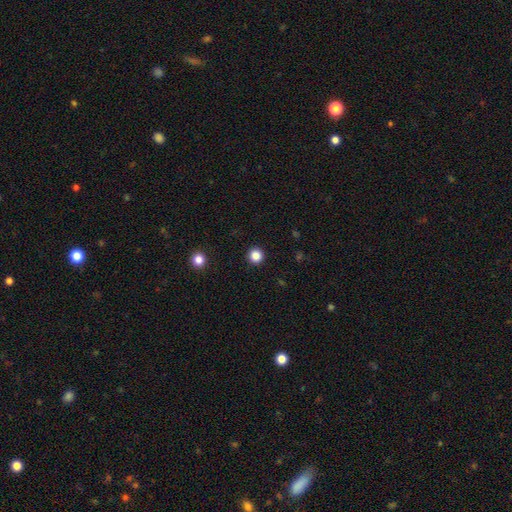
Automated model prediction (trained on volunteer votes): Overall: smooth (85%). How rounded: round (95%). Merging: none (93%).